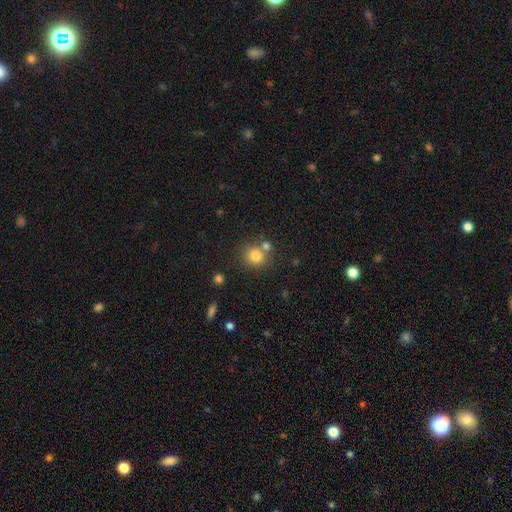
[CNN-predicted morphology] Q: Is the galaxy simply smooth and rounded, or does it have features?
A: smooth — 80%.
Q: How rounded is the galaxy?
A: round — 84%.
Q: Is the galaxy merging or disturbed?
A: none — 66%.